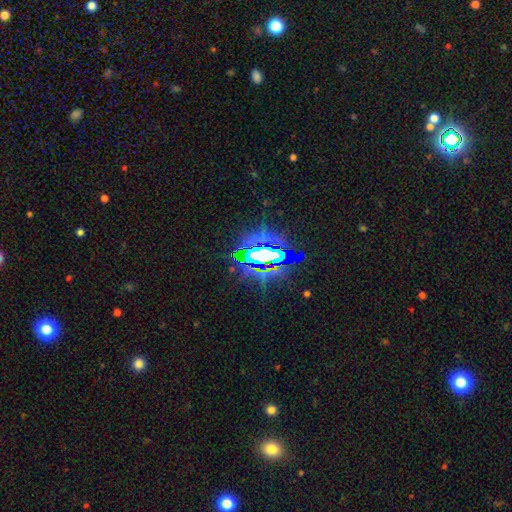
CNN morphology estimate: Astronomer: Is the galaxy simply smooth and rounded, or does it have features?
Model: star or artifact — 71%.